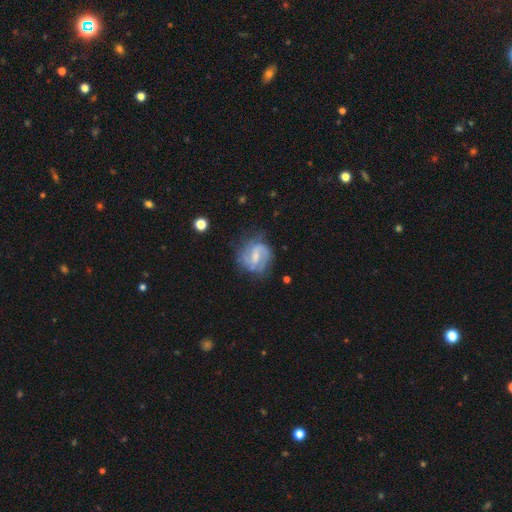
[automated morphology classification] Overall: featured or disk (77%). Edge-on disk: no (98%). Bar: weak (57%; strong 24%). Spiral arms: yes (91%). Spiral arm count: 2 (73%). Spiral winding: medium (48%; loose 27%). Bulge size: small (48%; moderate 33%). Merging: none (64%).